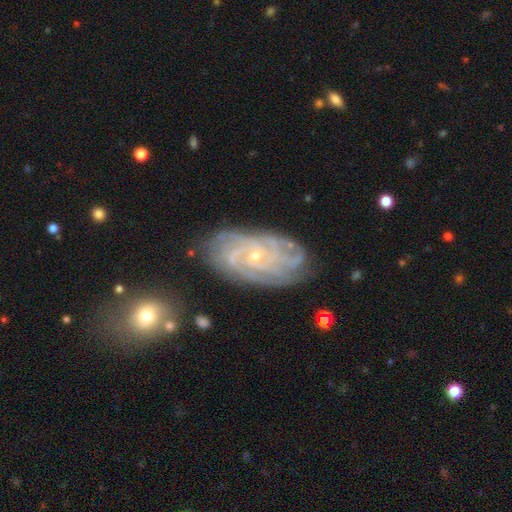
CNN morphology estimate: Smooth or featured: featured or disk — 87% (smooth — 7%)
Edge-on disk: no — 96% (yes — 4%)
Bar: no — 69% (weak — 25%)
Spiral arms: yes — 97% (no — 3%)
Spiral winding: tight — 75% (medium — 20%)
Spiral arm count: 4 — 28% (can't tell — 25%)
Bulge size: small — 81% (moderate — 15%)
Merging: none — 77% (minor disturbance — 16%)